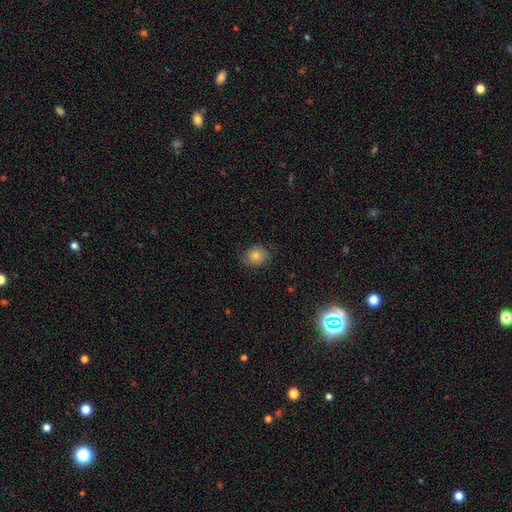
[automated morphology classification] smooth-or-featured: smooth: 52% | featured or disk: 33% | star or artifact: 15%
  how-rounded: round: 71% | in between: 27% | cigar-shaped: 1%
  merging: none: 76% | minor disturbance: 17% | major disturbance: 6% | merger: 1%